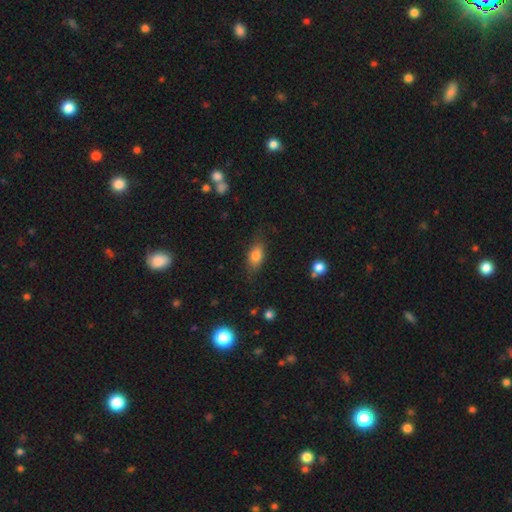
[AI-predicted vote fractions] The model was most divided on "merging": none: 77%, minor disturbance: 17%, major disturbance: 5%, merger: 1%. More confident: how rounded — in between (83%); smooth or featured — smooth (78%).